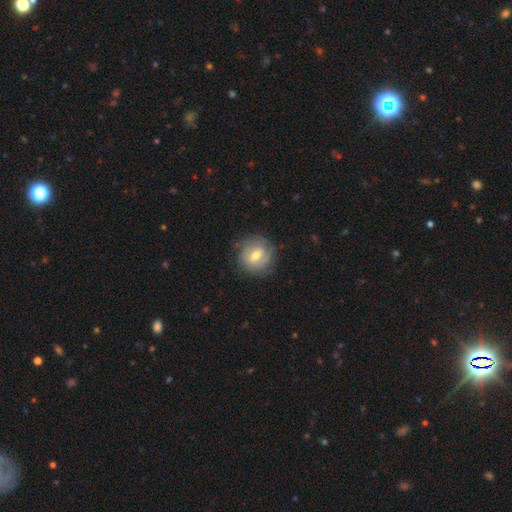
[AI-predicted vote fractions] Smooth or featured? Predicted: smooth (p=0.49). Merging? Predicted: none (p=0.77).